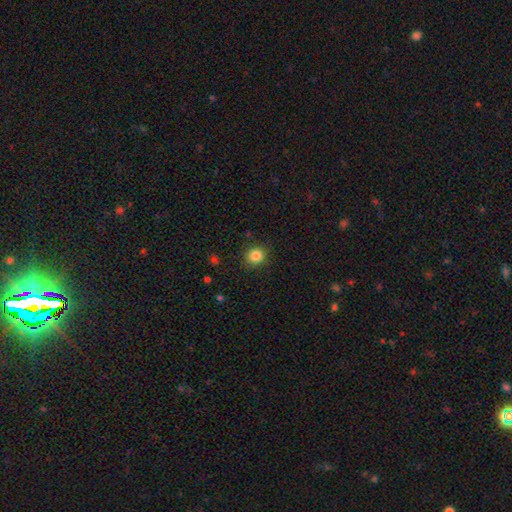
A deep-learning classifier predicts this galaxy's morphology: smooth_or_featured: smooth (p=0.85) [alt: star or artifact p=0.11]
how_rounded: round (p=0.82) [alt: in between p=0.17]
merging: none (p=0.88) [alt: minor disturbance p=0.08]